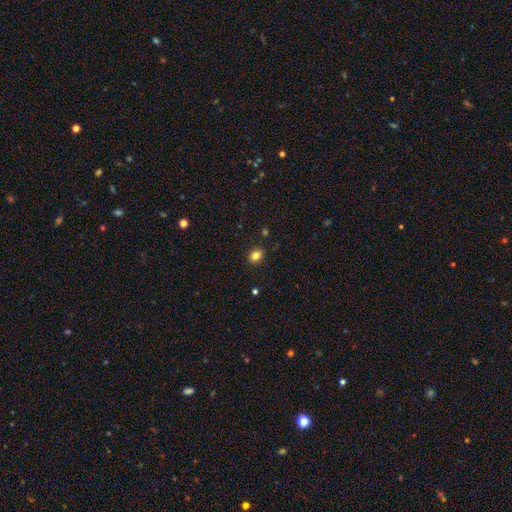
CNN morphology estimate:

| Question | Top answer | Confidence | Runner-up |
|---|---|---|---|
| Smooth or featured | smooth | 83% | star or artifact (11%) |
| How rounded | in between | 55% | round (44%) |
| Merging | none | 89% | minor disturbance (8%) |